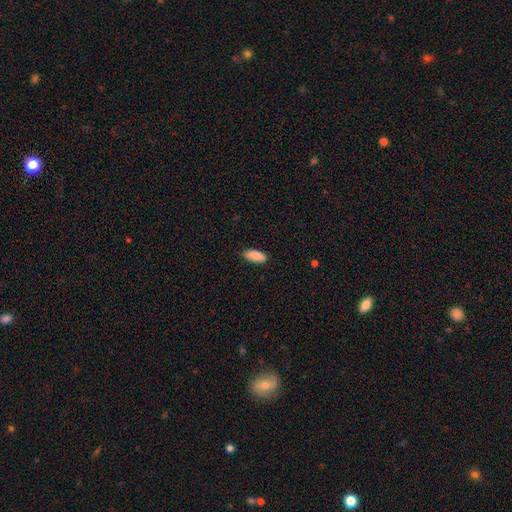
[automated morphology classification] Smooth or featured: smooth — 87% (star or artifact — 6%)
How rounded: in between — 87% (cigar-shaped — 11%)
Merging: none — 82% (minor disturbance — 15%)